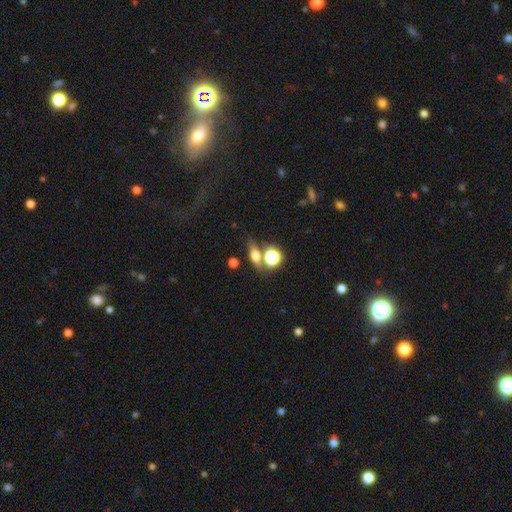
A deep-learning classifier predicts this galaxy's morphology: Overall: smooth (54%; featured or disk 27%). How rounded: in between (42%; round 34%). Merging: none (65%).